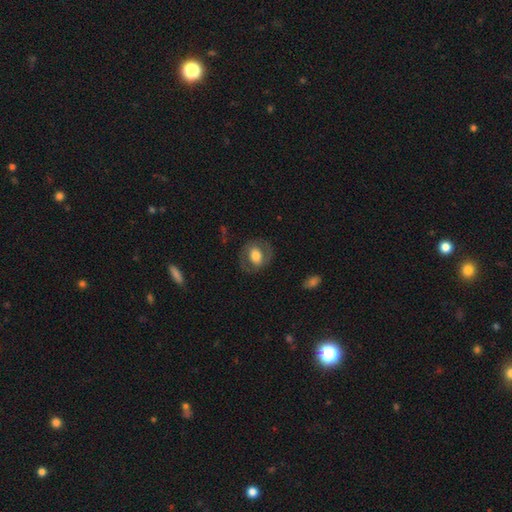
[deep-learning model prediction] Smooth or featured? smooth (54%)
How rounded? in between (50%)
Merging? none (78%)